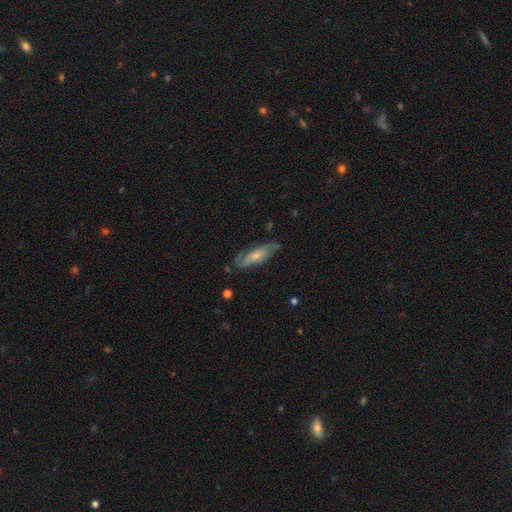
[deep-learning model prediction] featured or disk 68%, smooth 26%, star or artifact 6%. Down the decision tree: edge-on disk — no (80%); bar — no (65%); spiral arms — yes (88%); bulge size — small (45%); merging — none (70%).